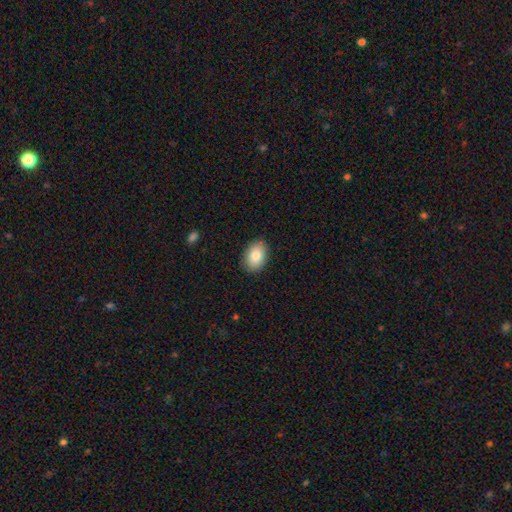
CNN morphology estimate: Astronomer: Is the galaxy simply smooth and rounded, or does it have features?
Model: smooth — 84%.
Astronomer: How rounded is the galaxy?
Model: in between — 81%.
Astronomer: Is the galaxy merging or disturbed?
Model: none — 88%.